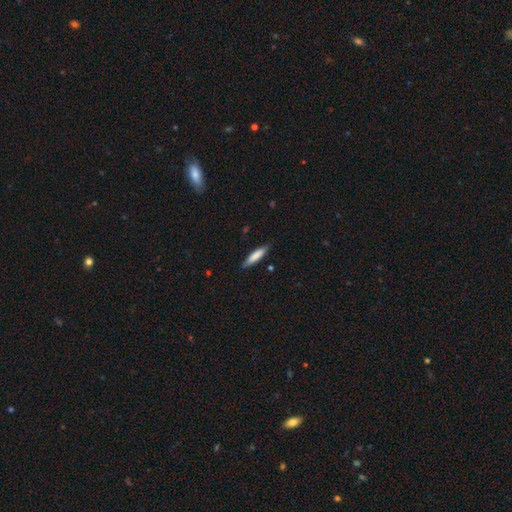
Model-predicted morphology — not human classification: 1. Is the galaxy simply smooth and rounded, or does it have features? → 77% smooth, 17% featured or disk, 5% star or artifact.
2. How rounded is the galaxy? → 80% cigar-shaped, 18% in between, 1% round.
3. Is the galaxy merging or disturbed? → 85% none, 12% minor disturbance, 2% major disturbance, 1% merger.